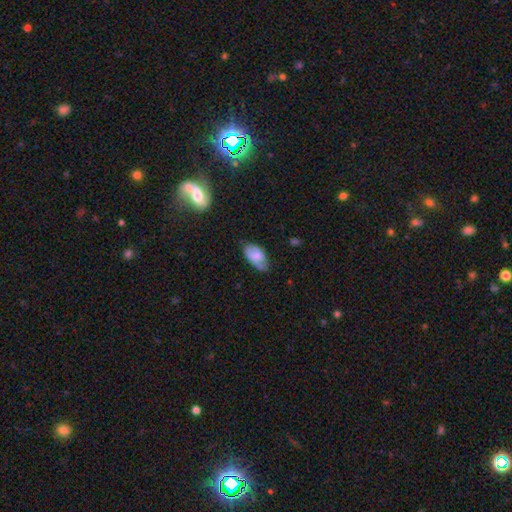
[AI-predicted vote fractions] Morphology: type=smooth (71%); roundness=in between (94%); merging=none (59%).